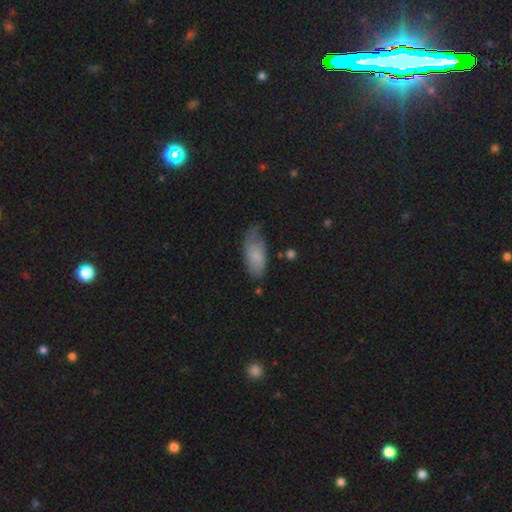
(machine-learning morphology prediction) The model was most divided on "merging": none: 49%, minor disturbance: 36%, major disturbance: 13%, merger: 2%. More confident: how rounded — in between (88%); smooth or featured — smooth (76%).